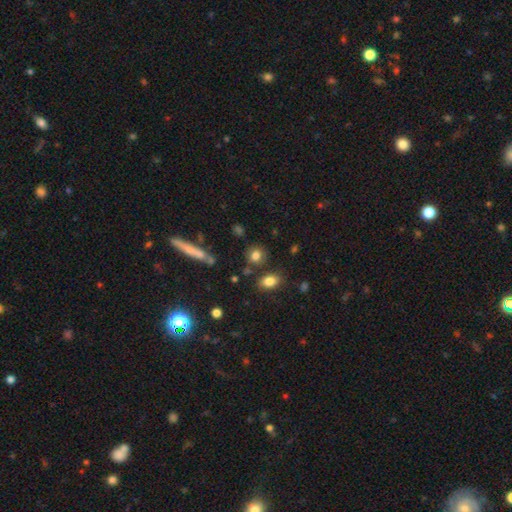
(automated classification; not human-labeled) smooth-or-featured: smooth: 81% | star or artifact: 11% | featured or disk: 8%
  how-rounded: round: 72% | in between: 25% | cigar-shaped: 3%
  merging: none: 78% | minor disturbance: 11% | merger: 8% | major disturbance: 4%